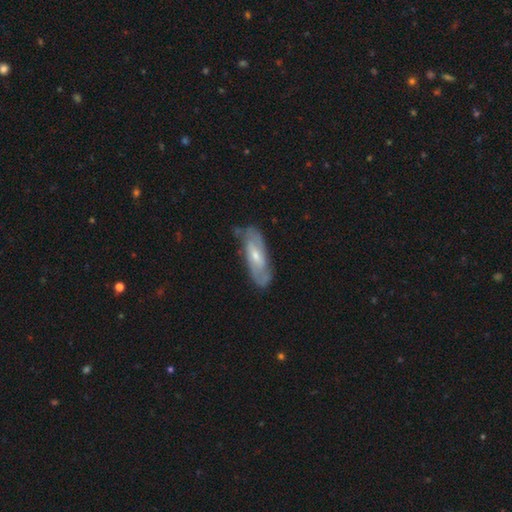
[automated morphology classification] This is likely a featured or disk galaxy (70%). It is clearly not viewed edge-on (83%). Bar: marginally weak (43%). Spiral arm pattern: clearly yes (82%). Central bulge: possibly small (54%). Merging: likely none (73%).